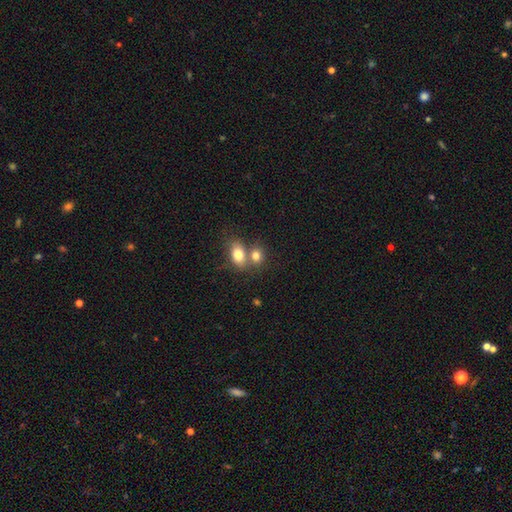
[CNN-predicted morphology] A smooth galaxy with no disk features (79%) that is in between round and cigar-shaped (56%).

Vote fractions:
- Smooth or featured? smooth: 79% / featured or disk: 12% / star or artifact: 10%
- How rounded? in between: 56% / round: 43% / cigar-shaped: 1%
- Merging? merger: 54% / none: 34% / minor disturbance: 8% / major disturbance: 3%